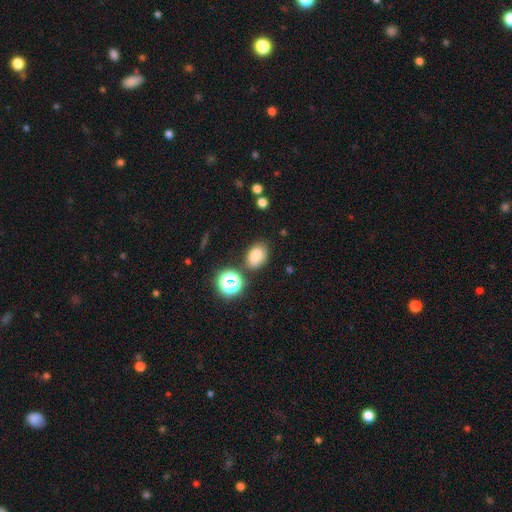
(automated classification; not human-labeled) Smooth or featured? smooth (79%)
How rounded? in between (75%)
Merging? none (74%)